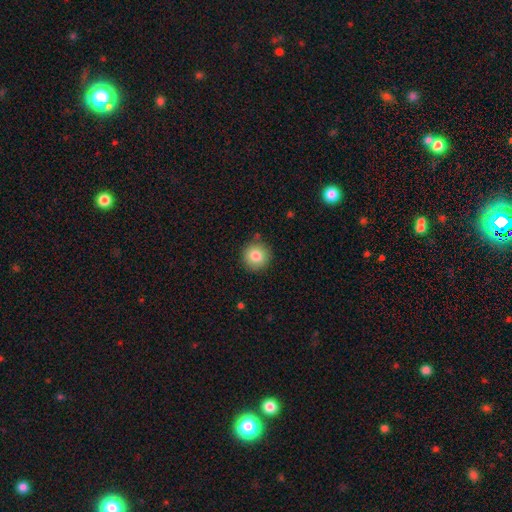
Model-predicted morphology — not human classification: Smooth or featured: smooth — 83% (star or artifact — 10%)
How rounded: round — 94% (in between — 5%)
Merging: none — 87% (minor disturbance — 9%)